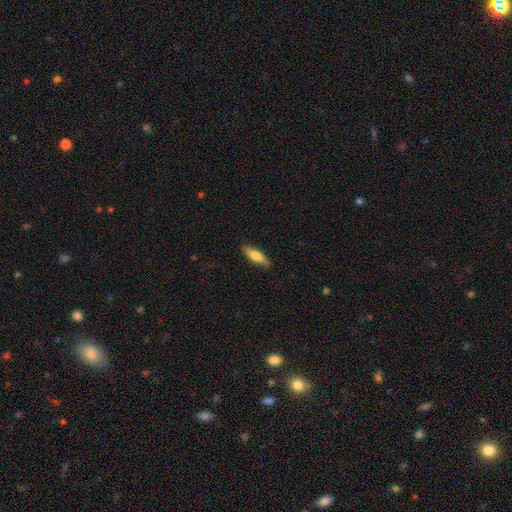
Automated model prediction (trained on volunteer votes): smooth 70%, featured or disk 24%, star or artifact 6%. Down the decision tree: how rounded — cigar-shaped (60%); merging — none (88%).